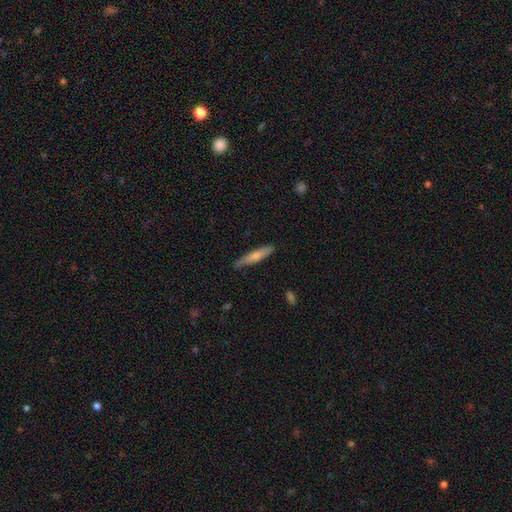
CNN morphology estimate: Q: Smooth or featured?
A: smooth (66%); runner-up: featured or disk (29%)
Q: How rounded?
A: cigar-shaped (88%); runner-up: in between (10%)
Q: Merging?
A: none (80%); runner-up: minor disturbance (17%)